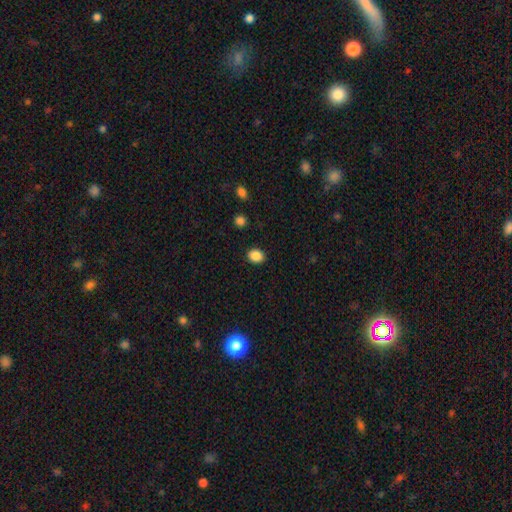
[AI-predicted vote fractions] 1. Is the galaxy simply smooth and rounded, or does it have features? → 88% smooth, 9% star or artifact, 3% featured or disk.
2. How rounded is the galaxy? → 51% round, 49% in between, 1% cigar-shaped.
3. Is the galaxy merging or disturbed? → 90% none, 7% minor disturbance, 2% major disturbance, 1% merger.